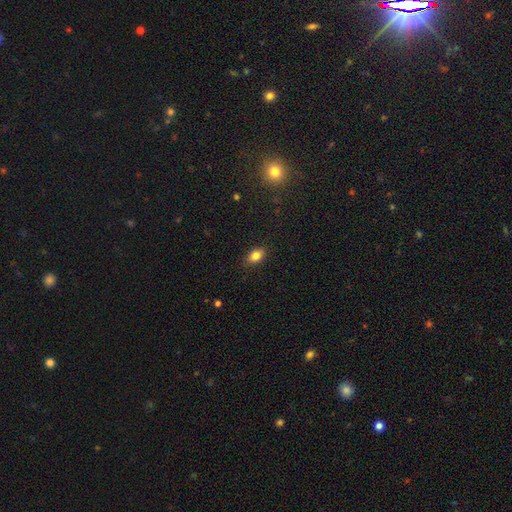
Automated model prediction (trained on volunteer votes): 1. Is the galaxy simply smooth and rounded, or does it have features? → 82% smooth, 10% star or artifact, 8% featured or disk.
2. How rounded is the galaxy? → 82% in between, 16% round, 2% cigar-shaped.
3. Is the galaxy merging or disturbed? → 86% none, 11% minor disturbance, 2% major disturbance, 1% merger.